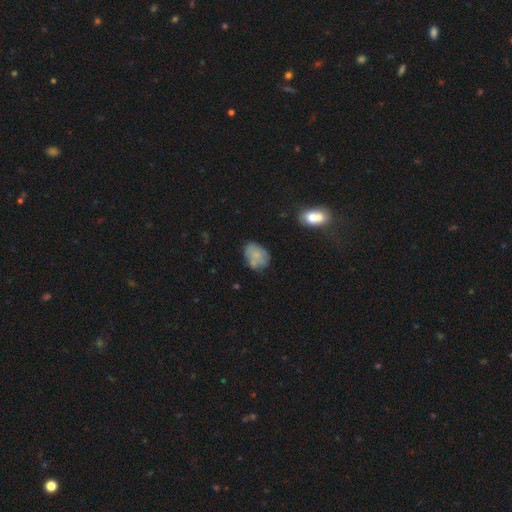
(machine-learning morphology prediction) smooth 64%, featured or disk 26%, star or artifact 9%. Down the decision tree: how rounded — in between (70%); merging — none (54%).